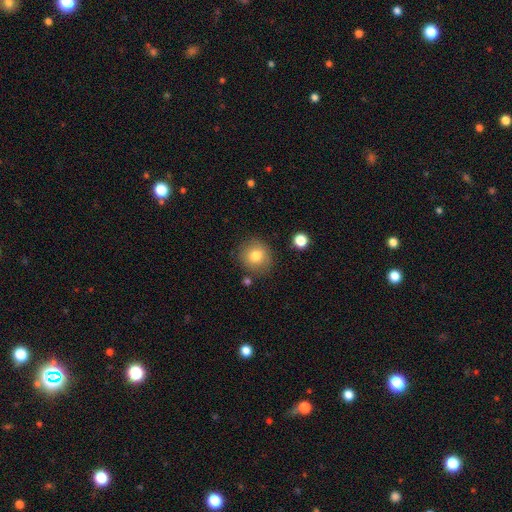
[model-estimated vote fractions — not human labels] smooth-or-featured: smooth: 80% | star or artifact: 10% | featured or disk: 10%
  how-rounded: round: 90% | in between: 9% | cigar-shaped: 1%
  merging: none: 83% | minor disturbance: 10% | merger: 3% | major disturbance: 3%